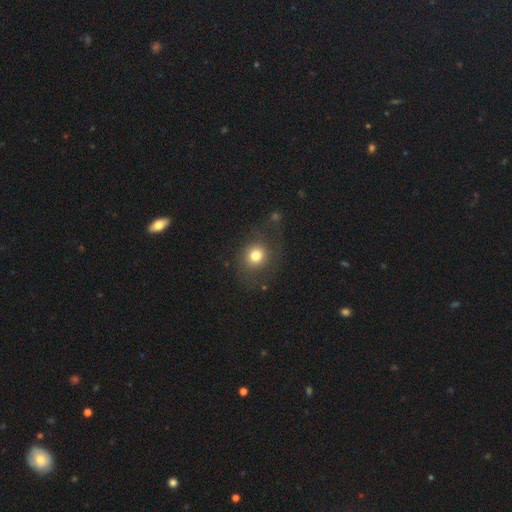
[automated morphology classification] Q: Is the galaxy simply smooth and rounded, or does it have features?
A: smooth — 76%.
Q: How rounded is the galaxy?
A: round — 76%.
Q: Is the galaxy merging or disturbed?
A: none — 67%.